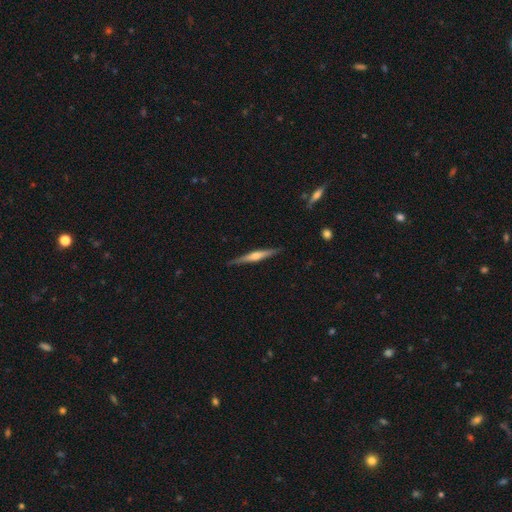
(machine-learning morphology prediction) A featured or disk galaxy (69%) viewed edge-on (98%) with a rounded central bulge (82%). Merging: none (88%).